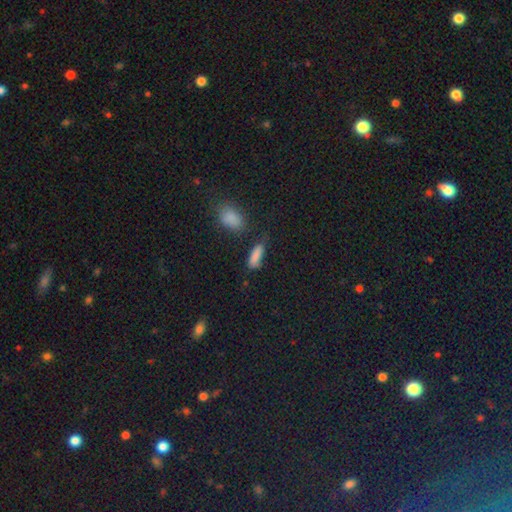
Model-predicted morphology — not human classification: Smooth or featured? Predicted: smooth (p=0.84). How rounded? Predicted: in between (p=0.50). Merging? Predicted: none (p=0.64).